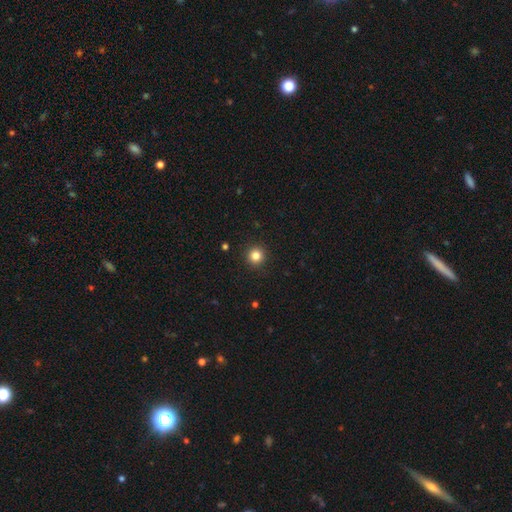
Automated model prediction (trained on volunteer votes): This is clearly a smooth galaxy (83%). How rounded: clearly round (95%). Merging: clearly none (93%).